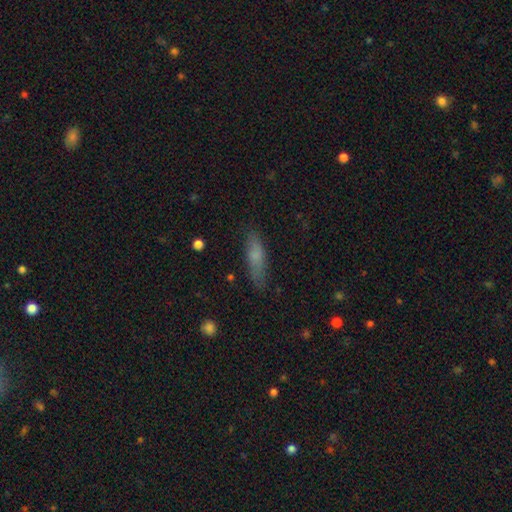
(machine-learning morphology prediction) A smooth galaxy with no disk features (68%) that is cigar-shaped (66%).

Vote fractions:
- Smooth or featured? smooth: 68% / featured or disk: 24% / star or artifact: 8%
- How rounded? cigar-shaped: 66% / in between: 31% / round: 2%
- Merging? none: 80% / minor disturbance: 15% / major disturbance: 3% / merger: 1%